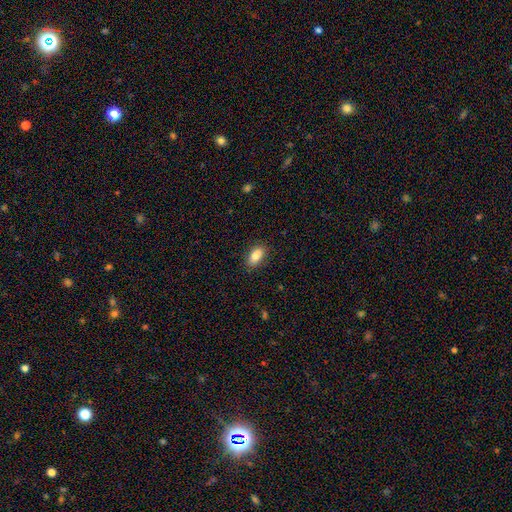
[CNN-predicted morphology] A smooth galaxy with no disk features (85%) that is in between round and cigar-shaped (90%). Merging: none (85%).